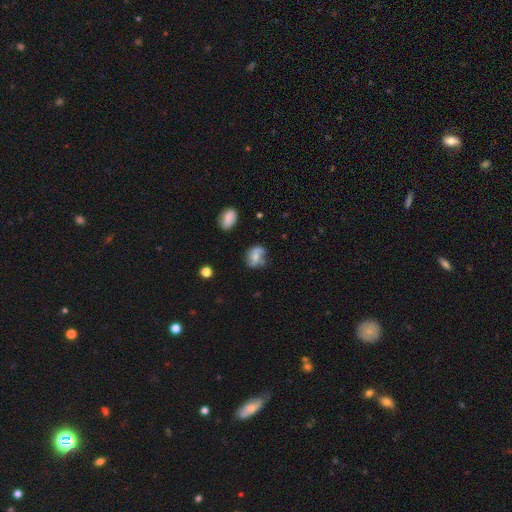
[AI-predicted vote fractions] Smooth or featured? Predicted: featured or disk (p=0.48). Merging? Predicted: none (p=0.60).